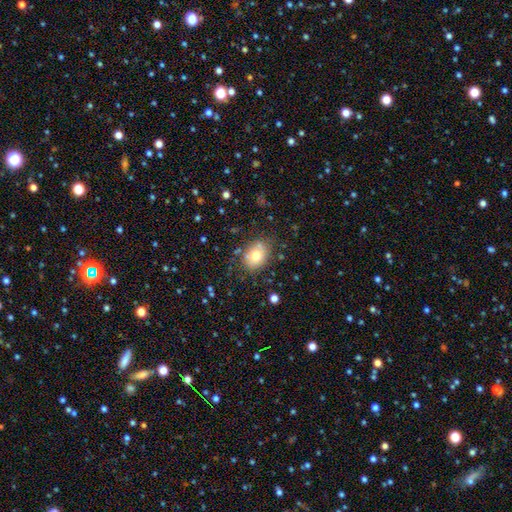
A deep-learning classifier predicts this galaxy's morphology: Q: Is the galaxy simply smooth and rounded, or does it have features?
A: smooth — 74%.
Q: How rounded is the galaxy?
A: in between — 59%.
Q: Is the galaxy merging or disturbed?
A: none — 75%.